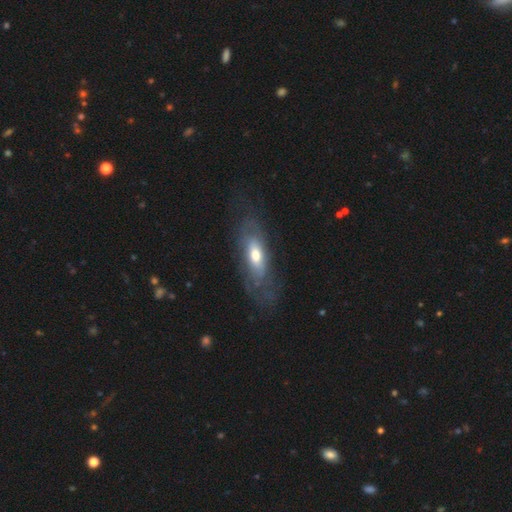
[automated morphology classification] Overall: featured or disk (58%; smooth 35%). Edge-on disk: no (72%). Merging: none (72%).